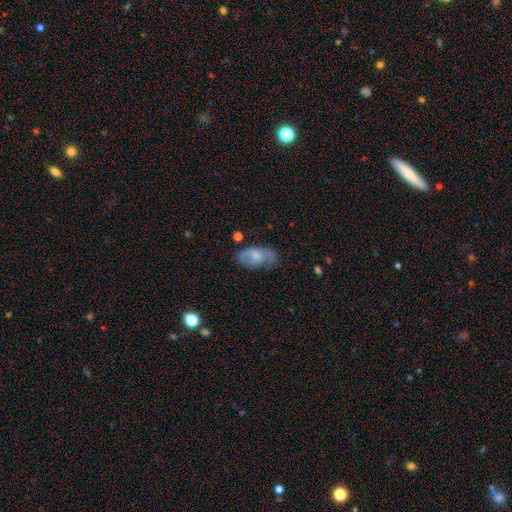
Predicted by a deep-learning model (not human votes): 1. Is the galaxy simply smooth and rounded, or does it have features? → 60% smooth, 32% featured or disk, 8% star or artifact.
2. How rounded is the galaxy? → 92% in between, 5% round, 3% cigar-shaped.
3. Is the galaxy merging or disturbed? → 50% none, 31% minor disturbance, 16% major disturbance, 3% merger.